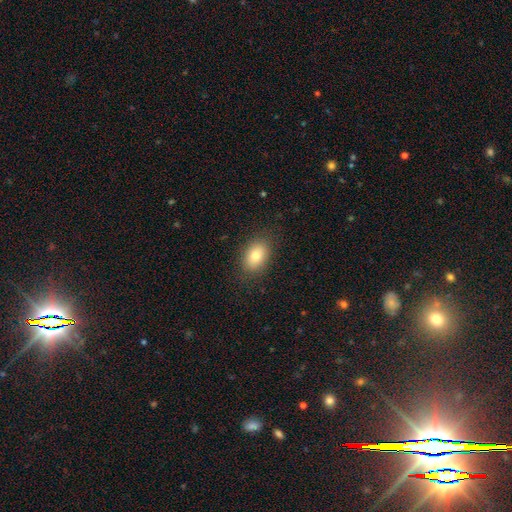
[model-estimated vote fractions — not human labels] Smooth or featured: smooth — 79% (featured or disk — 12%)
How rounded: in between — 83% (round — 16%)
Merging: none — 86% (minor disturbance — 10%)